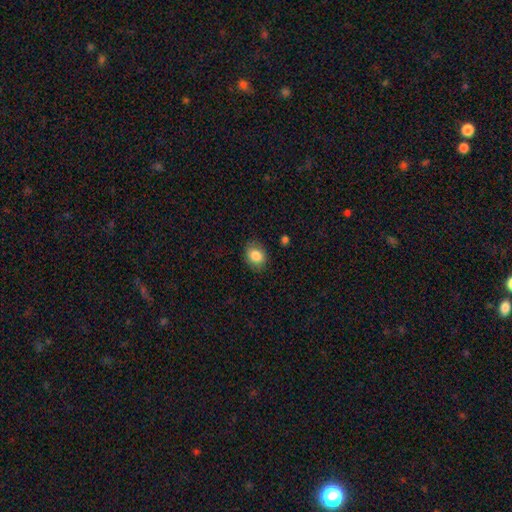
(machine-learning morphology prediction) The model was most divided on "how rounded": in between: 55%, round: 44%, cigar-shaped: 1%. More confident: smooth or featured — smooth (85%); merging — none (82%).